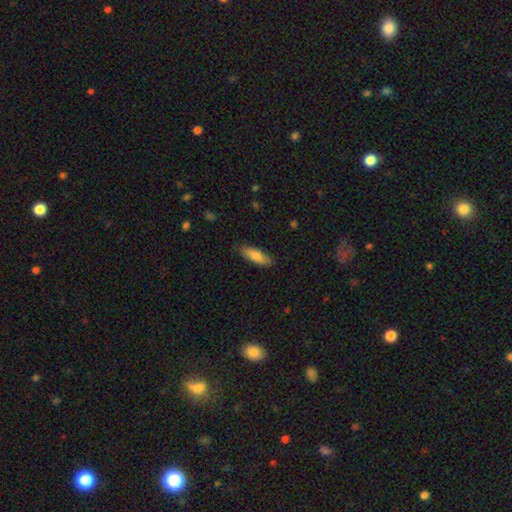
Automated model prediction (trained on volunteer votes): smooth-or-featured: smooth: 81% | featured or disk: 13% | star or artifact: 6%
  how-rounded: in between: 60% | cigar-shaped: 38% | round: 2%
  merging: none: 85% | minor disturbance: 11% | major disturbance: 2% | merger: 1%